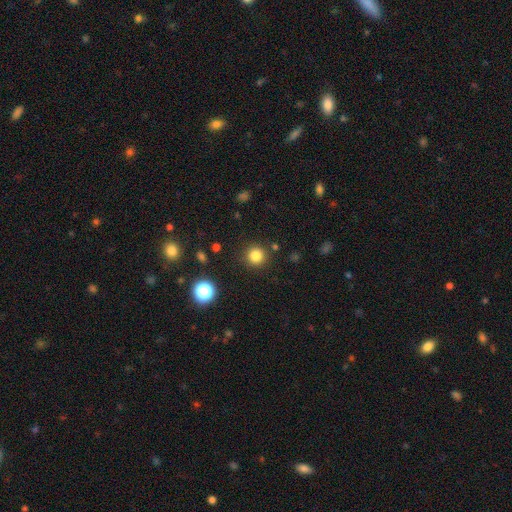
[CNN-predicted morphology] Q: Smooth or featured?
A: smooth (81%); runner-up: star or artifact (14%)
Q: How rounded?
A: round (95%); runner-up: in between (4%)
Q: Merging?
A: none (89%); runner-up: minor disturbance (6%)